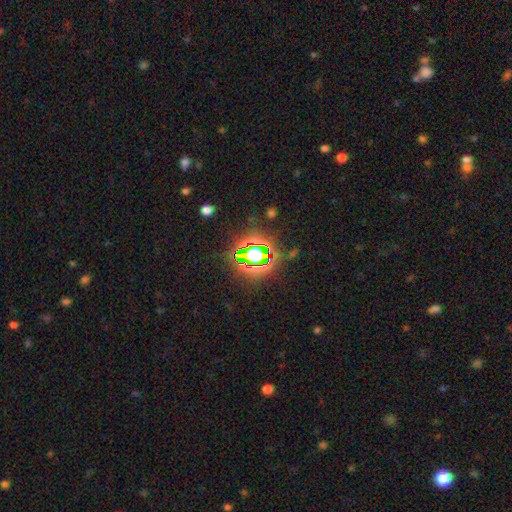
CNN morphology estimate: Overall: star or artifact (73%).